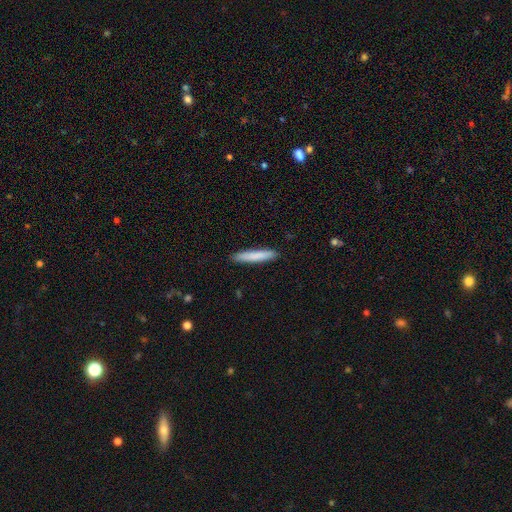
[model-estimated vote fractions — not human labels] The model was most divided on "smooth or featured": smooth: 80%, featured or disk: 14%, star or artifact: 6%. More confident: how rounded — cigar-shaped (93%); merging — none (91%).